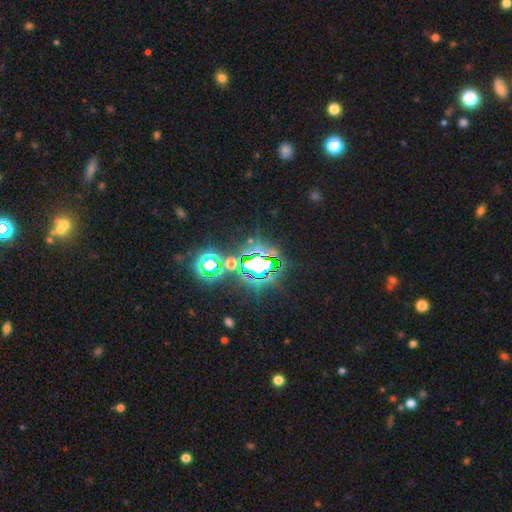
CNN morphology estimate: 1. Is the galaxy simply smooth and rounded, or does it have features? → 82% star or artifact, 11% smooth, 8% featured or disk.